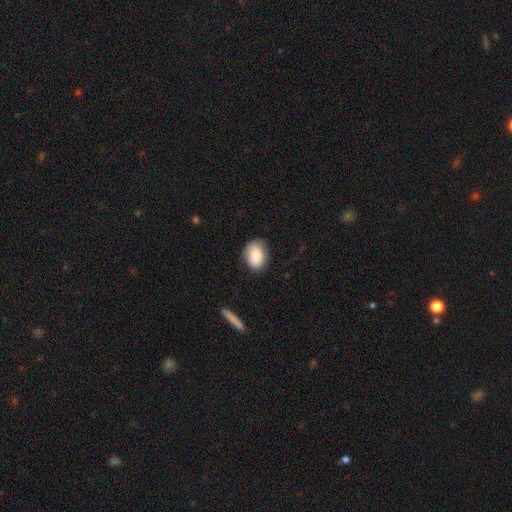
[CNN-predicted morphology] smooth_or_featured: smooth (p=0.86) [alt: featured or disk p=0.08]
how_rounded: in between (p=0.70) [alt: round p=0.29]
merging: none (p=0.74) [alt: minor disturbance p=0.20]